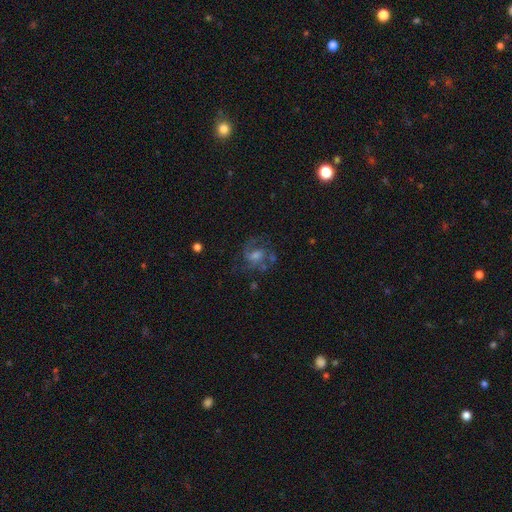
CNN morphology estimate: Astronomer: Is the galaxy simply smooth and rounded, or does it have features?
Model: featured or disk — 71%.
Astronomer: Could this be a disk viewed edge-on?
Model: no — 98%.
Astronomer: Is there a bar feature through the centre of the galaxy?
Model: no — 53% (runner-up: weak, 40%).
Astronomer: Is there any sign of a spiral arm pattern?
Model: yes — 88%.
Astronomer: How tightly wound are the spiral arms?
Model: medium — 54%.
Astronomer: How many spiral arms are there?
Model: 2 — 63%.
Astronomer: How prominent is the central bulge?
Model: moderate — 52% (runner-up: small, 30%).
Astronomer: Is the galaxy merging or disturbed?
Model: none — 61%.